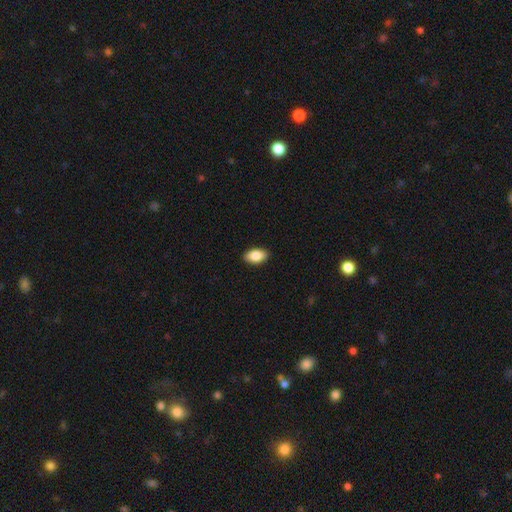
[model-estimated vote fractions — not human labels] smooth-or-featured: smooth: 86% | featured or disk: 7% | star or artifact: 7%
  how-rounded: in between: 92% | round: 6% | cigar-shaped: 2%
  merging: none: 90% | minor disturbance: 7% | major disturbance: 2% | merger: 1%